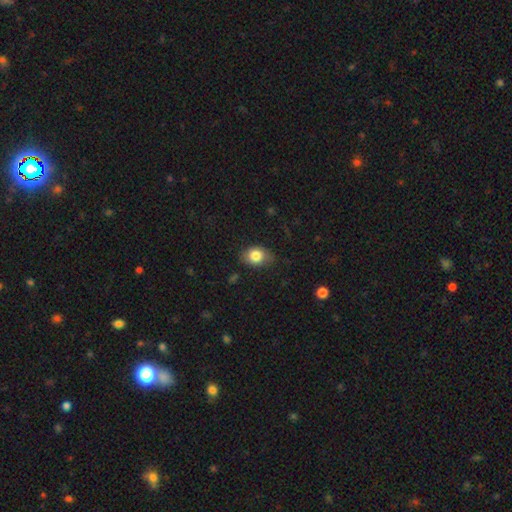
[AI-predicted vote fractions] Morphology: type=smooth (81%); roundness=in between (67%); merging=none (71%).